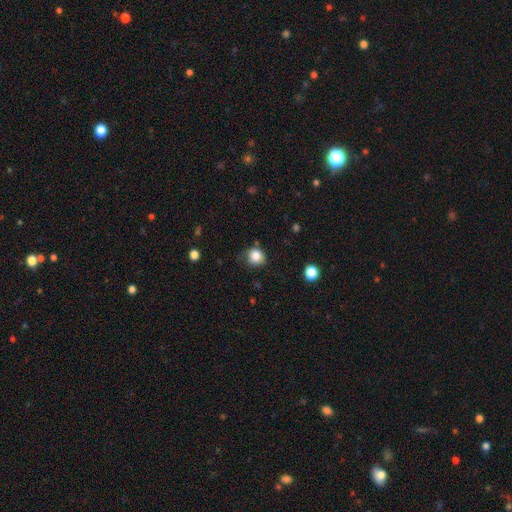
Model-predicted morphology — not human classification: Overall: smooth (84%). How rounded: round (83%). Merging: none (72%).